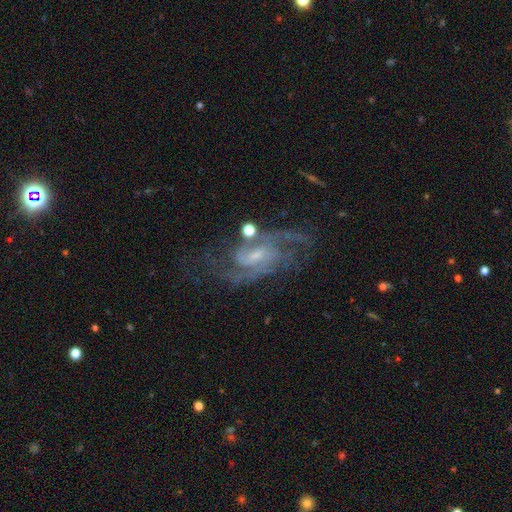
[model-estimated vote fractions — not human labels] This is clearly a featured or disk galaxy (88%). It is clearly not viewed edge-on (96%). Bar: possibly weak (51%). Spiral arm pattern: clearly yes (97%). Spiral arm count: possibly 2 (55%). Spiral winding: possibly medium (53%). Central bulge: likely small (61%). Merging: likely none (64%).